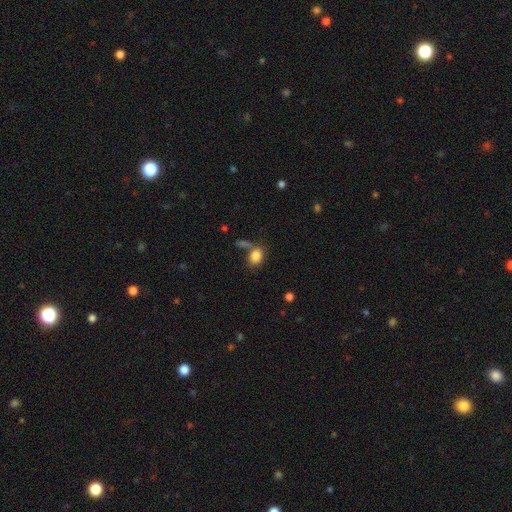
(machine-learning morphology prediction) Q: Smooth or featured?
A: smooth (84%); runner-up: star or artifact (10%)
Q: How rounded?
A: in between (70%); runner-up: round (29%)
Q: Merging?
A: none (54%); runner-up: merger (23%)